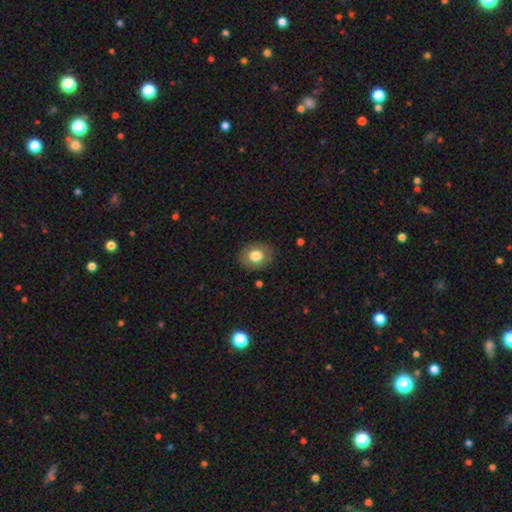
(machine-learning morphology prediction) Smooth or featured? smooth (75%)
How rounded? round (53%)
Merging? none (85%)